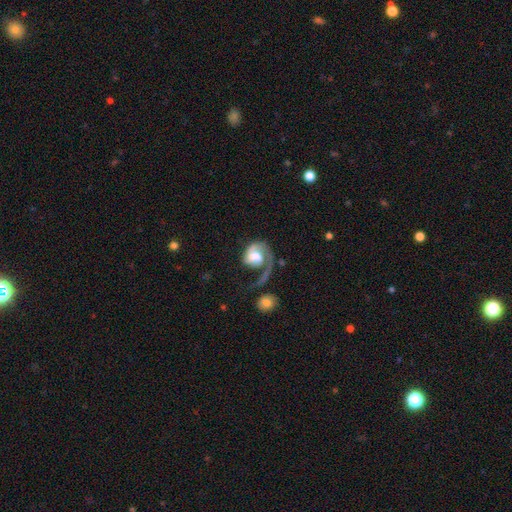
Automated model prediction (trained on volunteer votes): Morphology: type=featured or disk (75%); edge-on=no (98%); bar=no (53%); spiral arms=yes (90%); winding=loose (41%); arm count=1 (82%); bulge=moderate (49%); merging=major disturbance (47%).